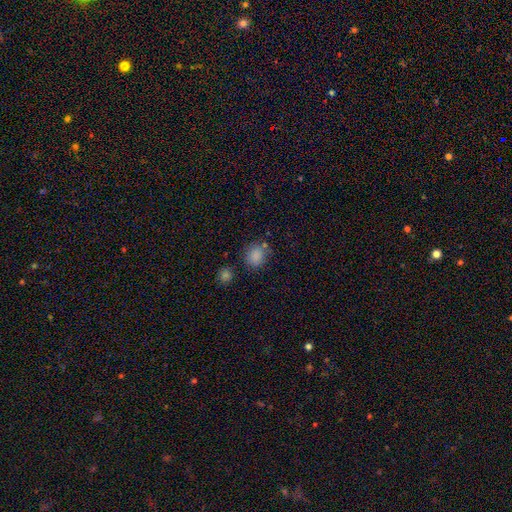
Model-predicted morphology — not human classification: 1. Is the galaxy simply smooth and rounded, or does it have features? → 84% smooth, 12% star or artifact, 5% featured or disk.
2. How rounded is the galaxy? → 64% round, 35% in between, 1% cigar-shaped.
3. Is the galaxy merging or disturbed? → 74% none, 15% minor disturbance, 7% merger, 5% major disturbance.